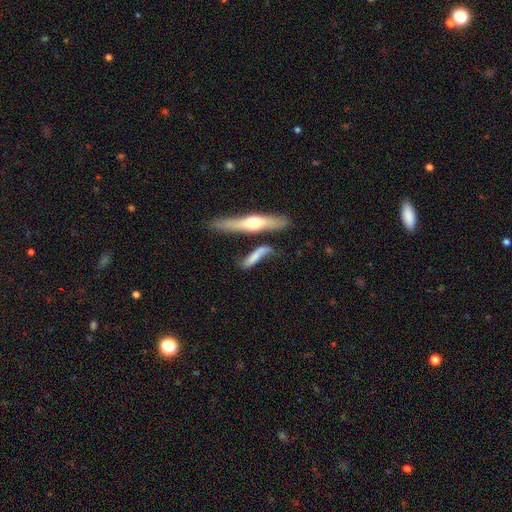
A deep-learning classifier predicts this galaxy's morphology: This appears to be a featured or disk galaxy (49%). Merging: none (54%).